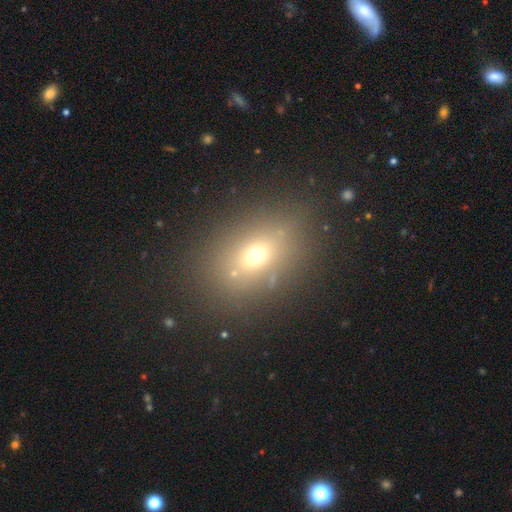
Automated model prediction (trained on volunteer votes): This is likely a smooth galaxy (63%). How rounded: likely in between (65%). Merging: likely none (80%).